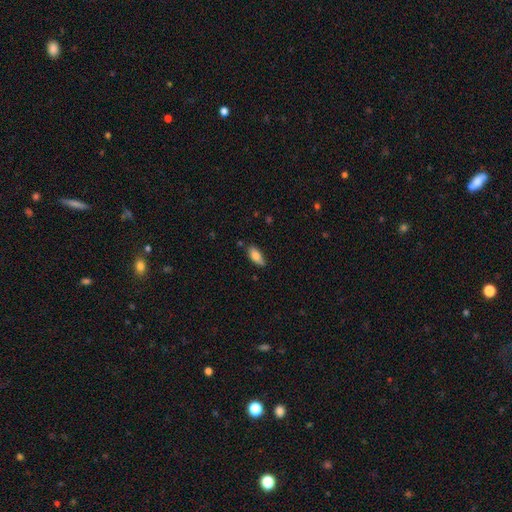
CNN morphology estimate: This is likely a smooth galaxy (79%). How rounded: clearly in between (83%). Merging: likely none (78%).